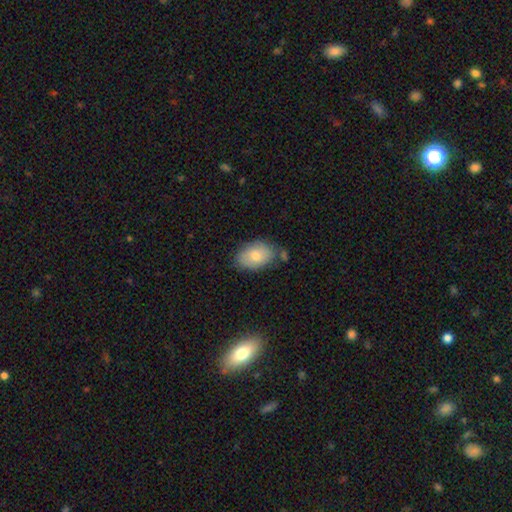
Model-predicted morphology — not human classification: smooth-or-featured: smooth: 73% | featured or disk: 19% | star or artifact: 8%
  how-rounded: in between: 86% | round: 13% | cigar-shaped: 1%
  merging: none: 71% | minor disturbance: 19% | merger: 6% | major disturbance: 4%